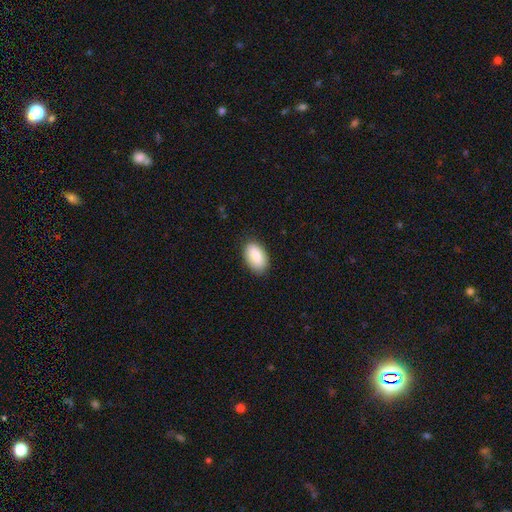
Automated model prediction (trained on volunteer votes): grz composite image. It shows a smooth galaxy with no disk features (87%) that is in between round and cigar-shaped (93%). Merging: none (86%).